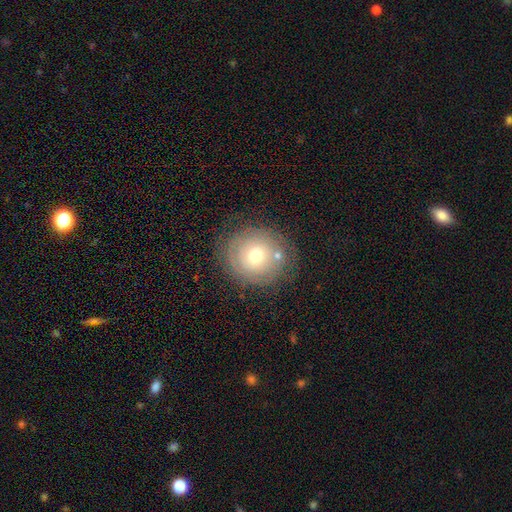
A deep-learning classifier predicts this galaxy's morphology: type=smooth (53%); roundness=round (89%); merging=none (73%).